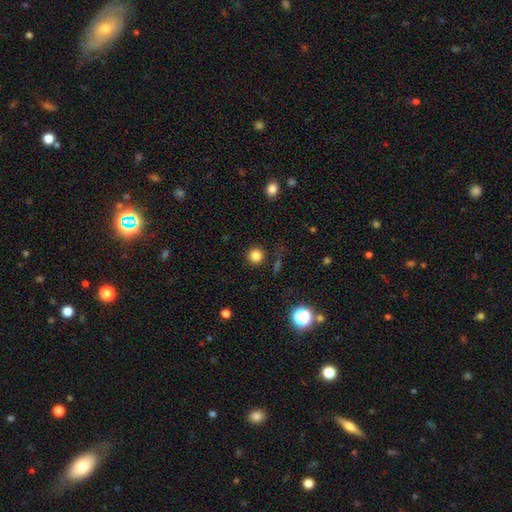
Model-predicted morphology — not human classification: Smooth or featured?
  - smooth: 83% *
  - star or artifact: 13%
  - featured or disk: 4%
How rounded?
  - round: 94% *
  - in between: 5%
  - cigar-shaped: 1%
Merging?
  - none: 88% *
  - minor disturbance: 7%
  - major disturbance: 3%
  - merger: 2%